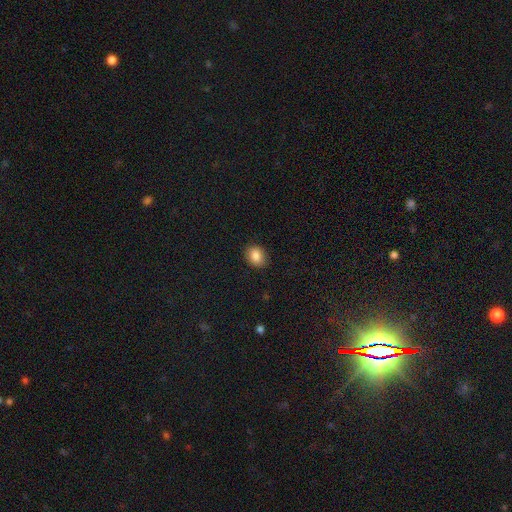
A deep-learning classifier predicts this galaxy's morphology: Smooth or featured? smooth (86%)
How rounded? in between (51%)
Merging? none (89%)